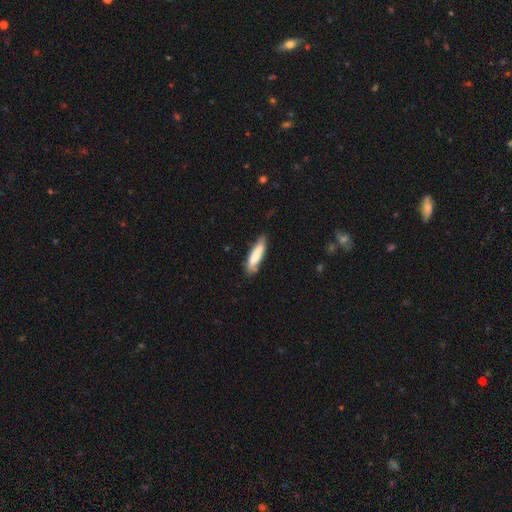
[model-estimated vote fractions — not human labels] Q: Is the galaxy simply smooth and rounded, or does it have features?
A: smooth — 80%.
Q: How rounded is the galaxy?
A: cigar-shaped — 72%.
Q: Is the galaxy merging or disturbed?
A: none — 72%.